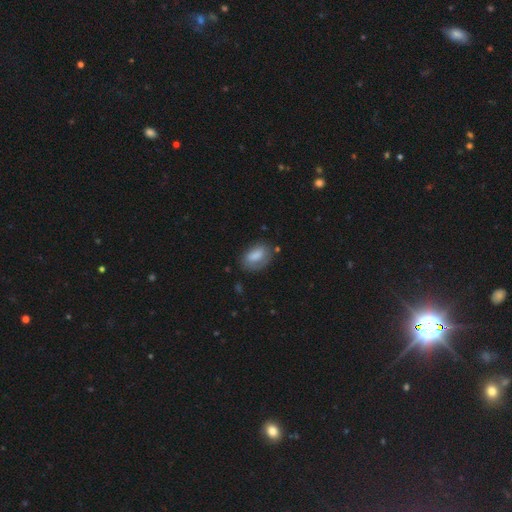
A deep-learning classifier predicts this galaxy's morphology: Smooth or featured? smooth (74%)
How rounded? in between (88%)
Merging? none (63%)